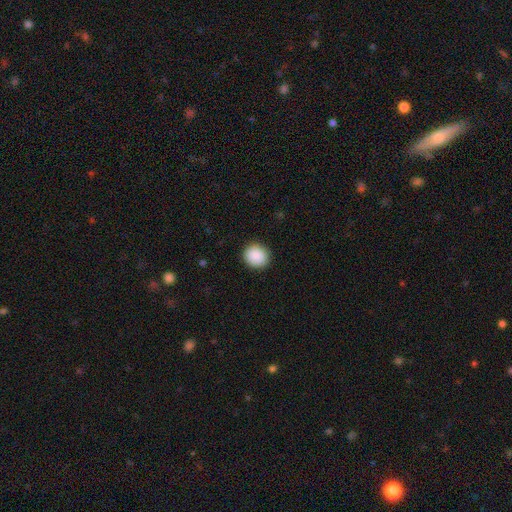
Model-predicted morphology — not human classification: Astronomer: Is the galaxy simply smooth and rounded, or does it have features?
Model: smooth — 90%.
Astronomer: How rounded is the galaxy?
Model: round — 89%.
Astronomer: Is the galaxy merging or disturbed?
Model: none — 91%.